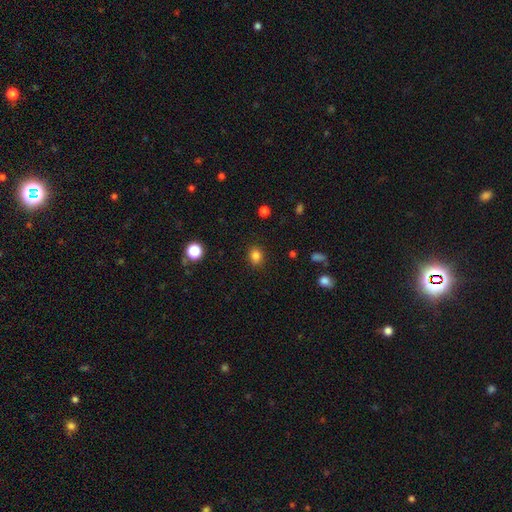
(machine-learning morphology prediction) A smooth galaxy with no disk features (83%) that is round (56%). Merging: none (88%).